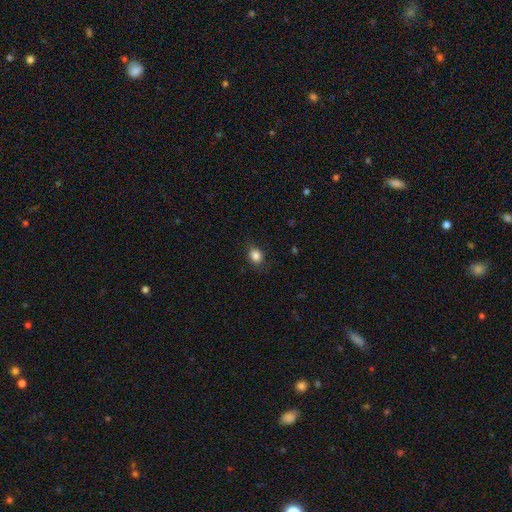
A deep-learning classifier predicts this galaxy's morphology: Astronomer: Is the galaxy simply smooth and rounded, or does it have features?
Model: smooth — 85%.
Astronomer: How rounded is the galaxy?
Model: round — 51% (runner-up: in between, 48%).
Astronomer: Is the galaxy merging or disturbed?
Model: none — 82%.